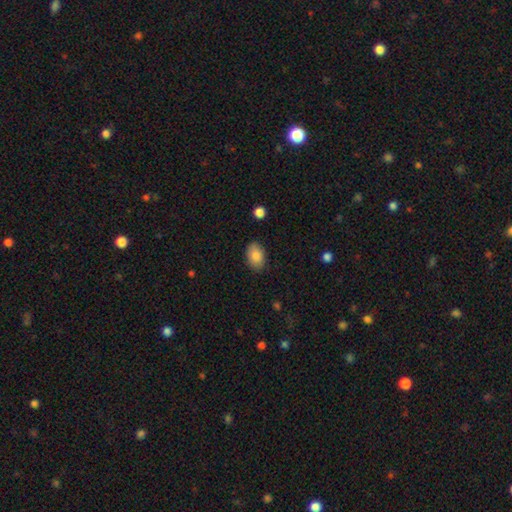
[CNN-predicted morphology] A smooth galaxy with no disk features (86%) that is in between round and cigar-shaped (87%).

Vote fractions:
- Smooth or featured? smooth: 86% / star or artifact: 7% / featured or disk: 7%
- How rounded? in between: 87% / round: 11% / cigar-shaped: 1%
- Merging? none: 85% / minor disturbance: 11% / major disturbance: 2% / merger: 1%